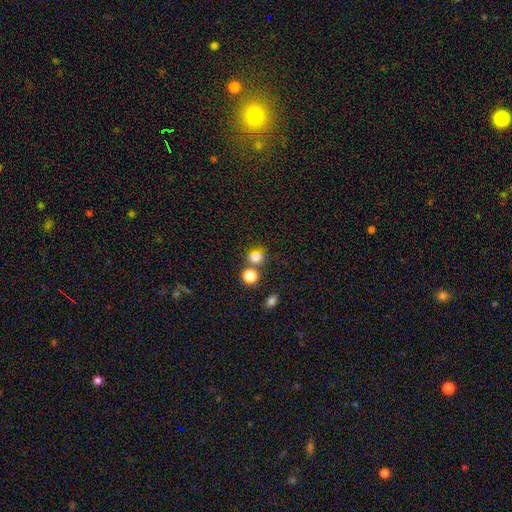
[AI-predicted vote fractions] The model was most divided on "merging": none: 65%, merger: 21%, minor disturbance: 10%, major disturbance: 4%. More confident: smooth or featured — smooth (78%); how rounded — round (75%).